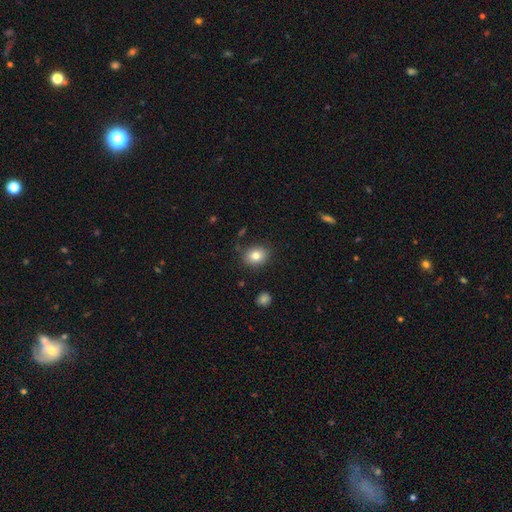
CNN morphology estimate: smooth 81%, star or artifact 10%, featured or disk 9%. Down the decision tree: how rounded — in between (50%); merging — none (84%).